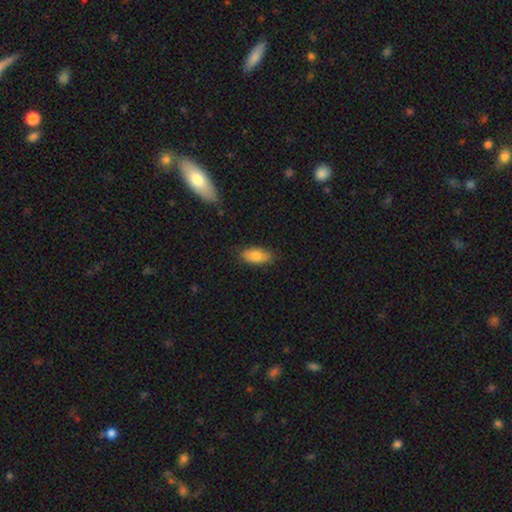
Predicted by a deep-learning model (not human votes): smooth_or_featured: smooth (p=0.81) [alt: featured or disk p=0.12]
how_rounded: in between (p=0.89) [alt: cigar-shaped p=0.08]
merging: none (p=0.83) [alt: minor disturbance p=0.13]